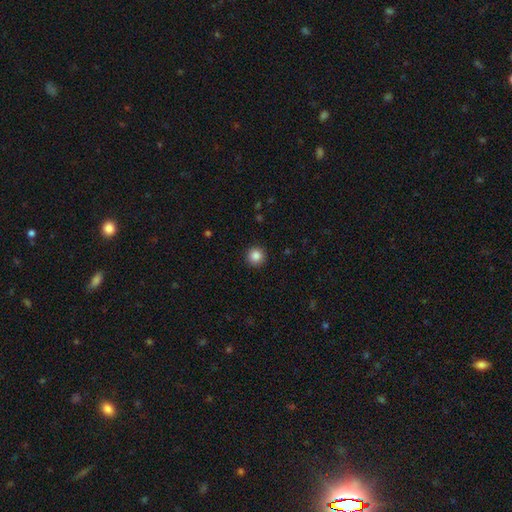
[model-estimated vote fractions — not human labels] smooth_or_featured: smooth (p=0.86) [alt: star or artifact p=0.10]
how_rounded: round (p=0.95) [alt: in between p=0.04]
merging: none (p=0.92) [alt: minor disturbance p=0.05]